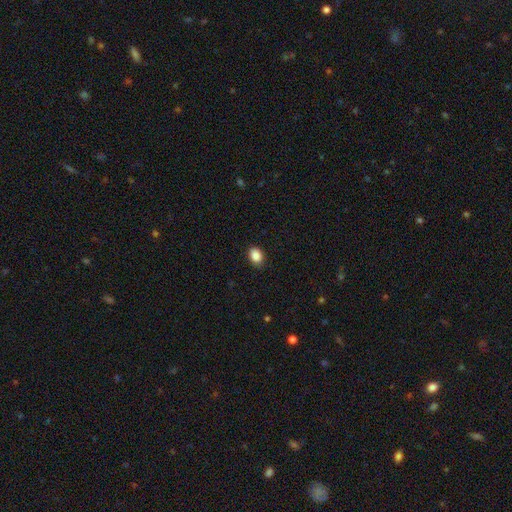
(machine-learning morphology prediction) This is clearly a smooth galaxy (88%). How rounded: likely in between (67%). Merging: clearly none (88%).